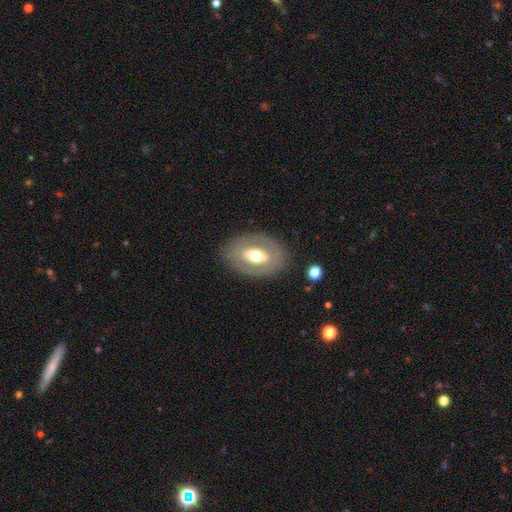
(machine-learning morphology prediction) The model was most divided on "smooth or featured": featured or disk: 50%, smooth: 44%, star or artifact: 6%. More confident: merging — none (82%).